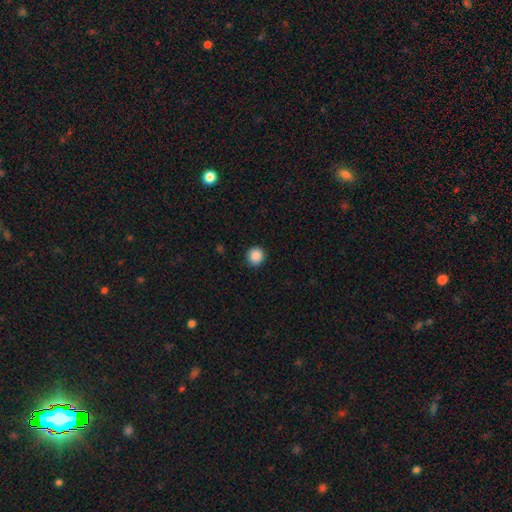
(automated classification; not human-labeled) Q: Smooth or featured?
A: smooth (88%); runner-up: star or artifact (9%)
Q: How rounded?
A: round (93%); runner-up: in between (6%)
Q: Merging?
A: none (91%); runner-up: minor disturbance (6%)